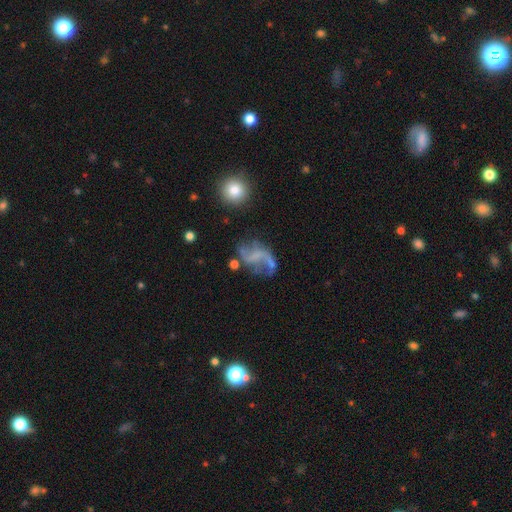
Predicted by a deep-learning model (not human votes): A featured or disk galaxy (75%) with no bar (44%), 2 (84%) loose (84%) spiral arms (83%) and no central bulge (70%).

Vote fractions:
- Smooth or featured? featured or disk: 75% / smooth: 15% / star or artifact: 10%
- Edge-on disk? no: 98% / yes: 2%
- Bar? no: 44% / weak: 36% / strong: 20%
- Spiral arms? yes: 83% / no: 17%
- Spiral winding? loose: 84% / medium: 13% / tight: 3%
- Spiral arm count? 2: 84% / 1: 7% / can't tell: 4% / 3: 2% / 4: 1% / more than 4: 1%
- Bulge size? none: 70% / small: 19% / moderate: 8% / large: 2% / dominant: 1%
- Merging? none: 46% / major disturbance: 24% / minor disturbance: 20% / merger: 9%